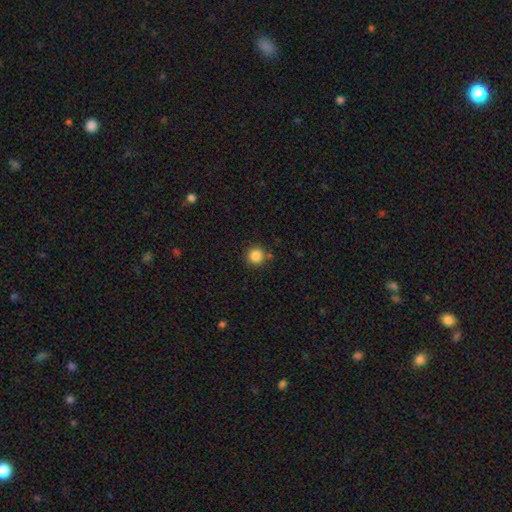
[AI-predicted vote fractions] Smooth or featured? smooth (85%)
How rounded? round (95%)
Merging? none (85%)